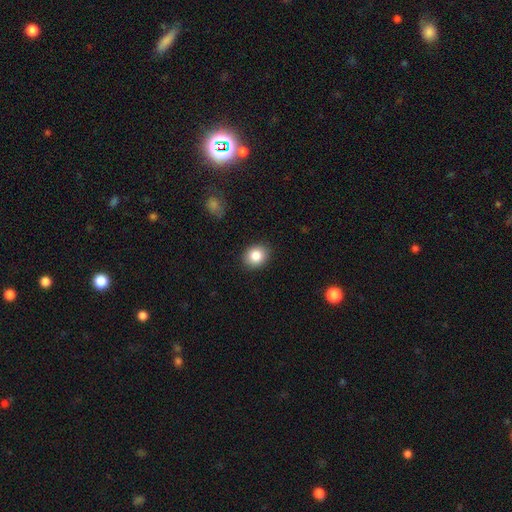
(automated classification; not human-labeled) Overall: smooth (85%). How rounded: round (60%; in between 39%). Merging: none (89%).